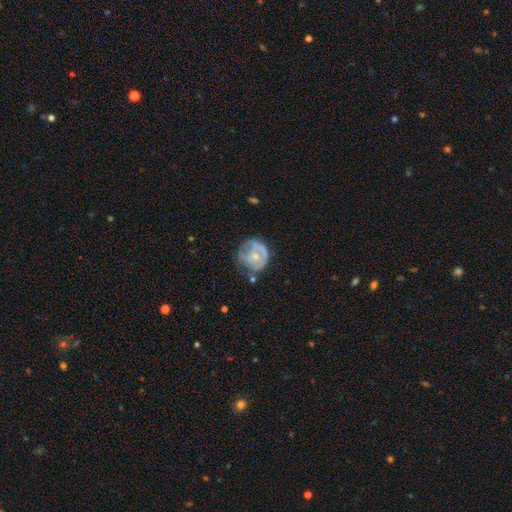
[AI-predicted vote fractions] Smooth or featured?
  - featured or disk: 58% *
  - smooth: 36%
  - star or artifact: 7%
Edge-on disk?
  - no: 98% *
  - yes: 2%
Bar?
  - no: 82% *
  - weak: 15%
  - strong: 3%
Spiral arms?
  - no: 52% *
  - yes: 48%
Bulge size?
  - small: 51% *
  - moderate: 41%
  - none: 5%
  - large: 2%
  - dominant: 1%
Merging?
  - none: 44% *
  - minor disturbance: 29%
  - major disturbance: 22%
  - merger: 5%